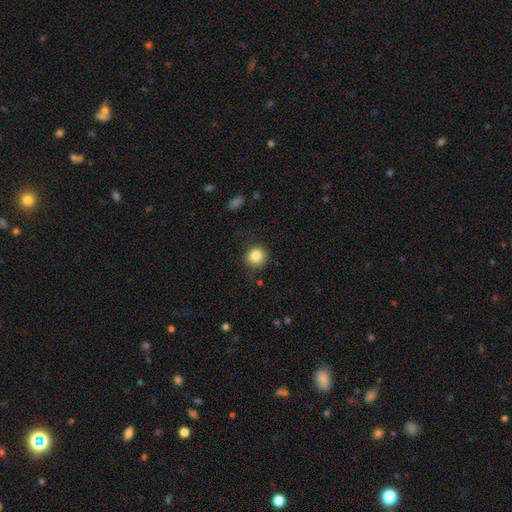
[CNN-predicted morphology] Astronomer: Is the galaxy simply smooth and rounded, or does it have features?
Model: smooth — 85%.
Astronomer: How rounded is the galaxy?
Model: round — 90%.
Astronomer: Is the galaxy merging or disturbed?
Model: none — 82%.